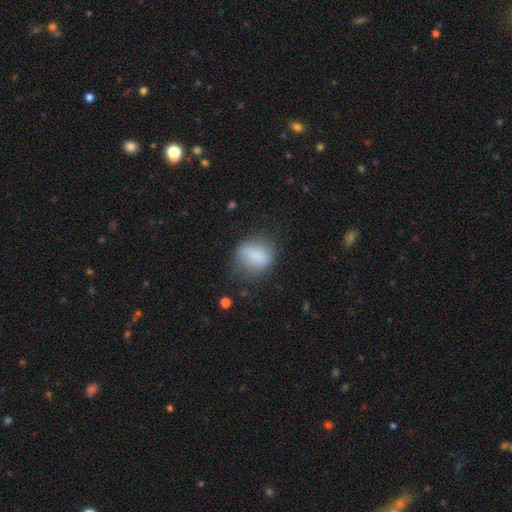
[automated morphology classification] smooth-or-featured: smooth: 78% | featured or disk: 13% | star or artifact: 9%
  how-rounded: in between: 53% | round: 44% | cigar-shaped: 3%
  merging: none: 62% | minor disturbance: 25% | major disturbance: 11% | merger: 3%